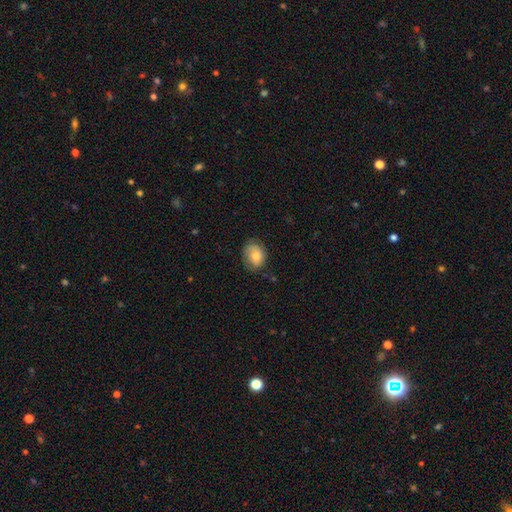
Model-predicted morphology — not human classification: This appears to be a smooth galaxy with no disk features (78%) that is in between round and cigar-shaped (60%). Merging: none (71%).